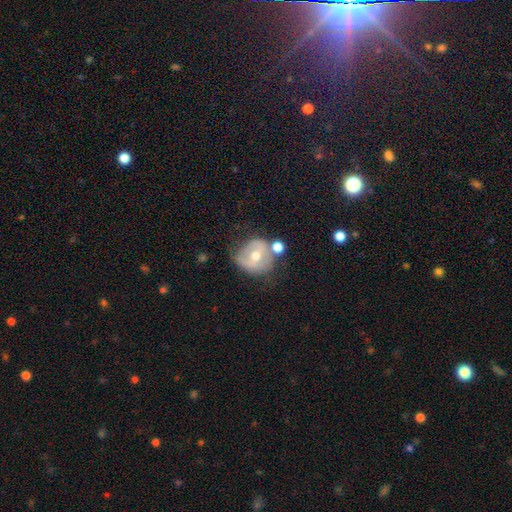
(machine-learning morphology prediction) Smooth or featured? featured or disk (54%)
Edge-on disk? no (95%)
Bar? no (40%)
Spiral arms? no (57%)
Bulge size? moderate (69%)
Merging? none (51%)